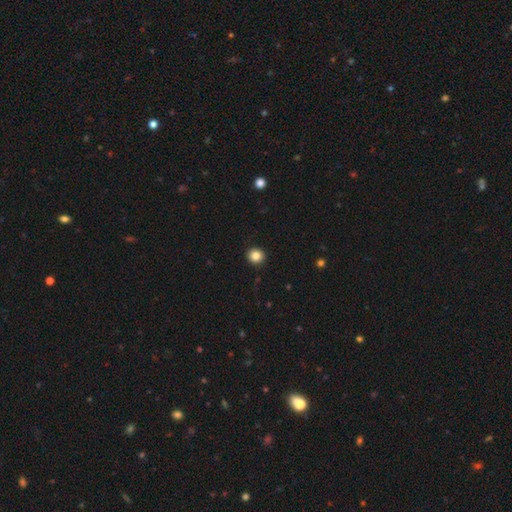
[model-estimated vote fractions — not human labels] Overall: smooth (85%). How rounded: round (90%). Merging: none (93%).